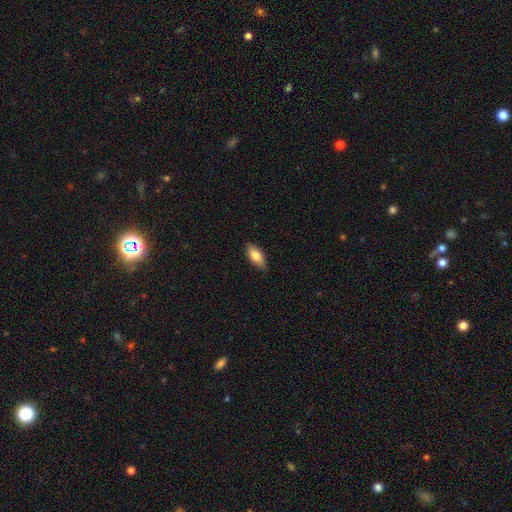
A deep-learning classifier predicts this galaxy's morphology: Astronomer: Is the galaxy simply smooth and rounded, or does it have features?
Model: smooth — 79%.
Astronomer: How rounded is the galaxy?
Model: in between — 86%.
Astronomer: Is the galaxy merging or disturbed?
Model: none — 82%.